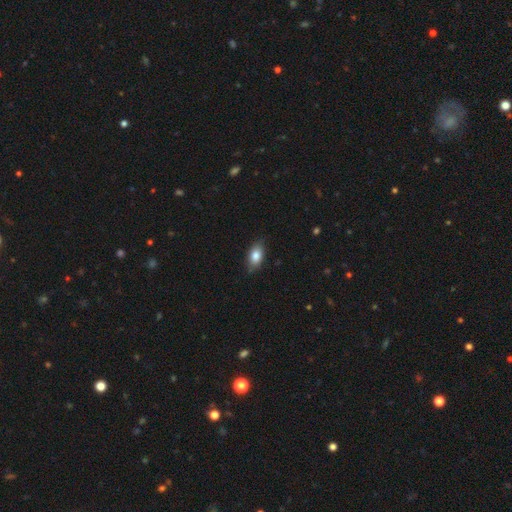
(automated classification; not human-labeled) smooth-or-featured: smooth: 83% | featured or disk: 10% | star or artifact: 7%
  how-rounded: in between: 88% | round: 8% | cigar-shaped: 4%
  merging: none: 82% | minor disturbance: 15% | major disturbance: 2% | merger: 1%